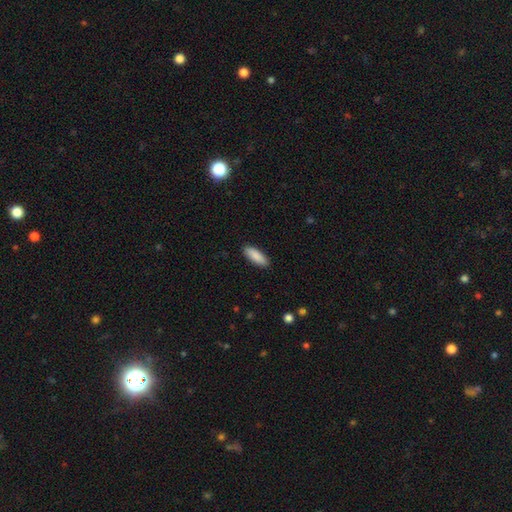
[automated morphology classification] type=smooth (89%); roundness=in between (66%); merging=none (90%).